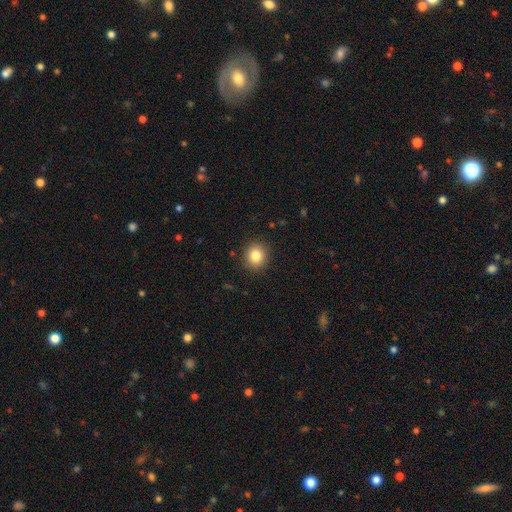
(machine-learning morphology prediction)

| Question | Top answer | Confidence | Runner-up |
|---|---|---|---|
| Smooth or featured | smooth | 83% | star or artifact (10%) |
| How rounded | round | 79% | in between (20%) |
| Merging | none | 89% | minor disturbance (7%) |